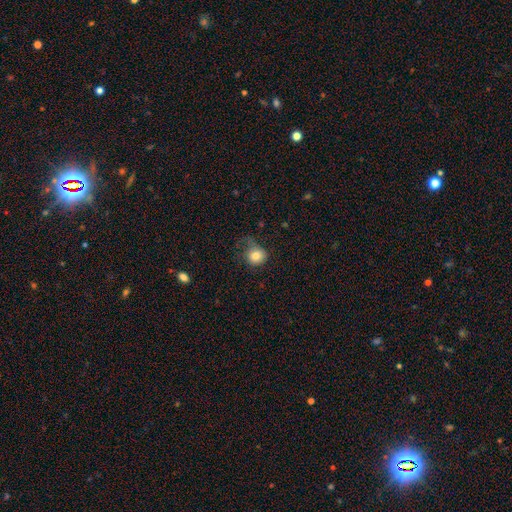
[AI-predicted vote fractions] Smooth or featured? Predicted: smooth (p=0.80). How rounded? Predicted: round (p=0.79). Merging? Predicted: none (p=0.47).